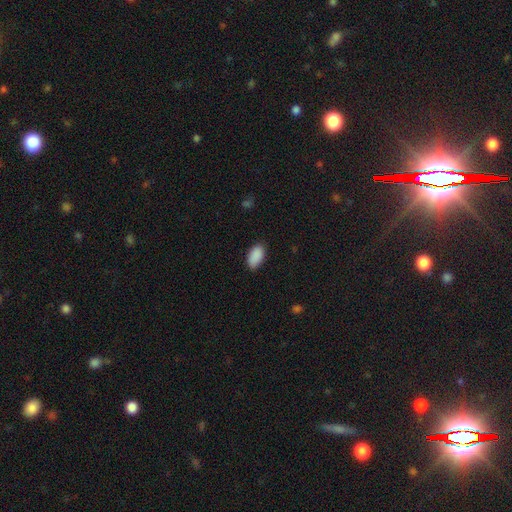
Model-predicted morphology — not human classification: A smooth galaxy with no disk features (90%) that is in between round and cigar-shaped (95%). Merging: none (83%).